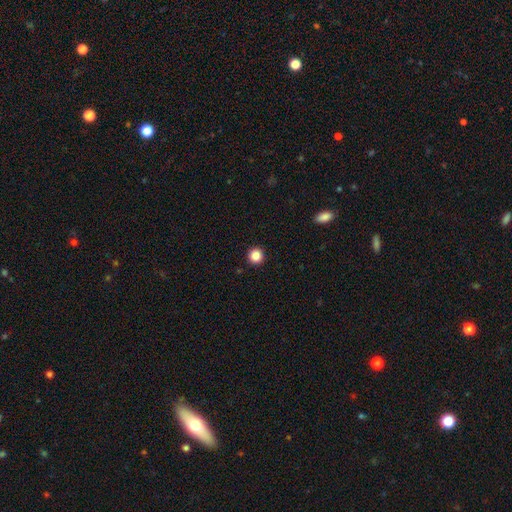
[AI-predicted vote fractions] Smooth or featured?
  - smooth: 86% *
  - star or artifact: 11%
  - featured or disk: 4%
How rounded?
  - round: 96% *
  - in between: 3%
  - cigar-shaped: 1%
Merging?
  - none: 93% *
  - minor disturbance: 4%
  - major disturbance: 1%
  - merger: 1%